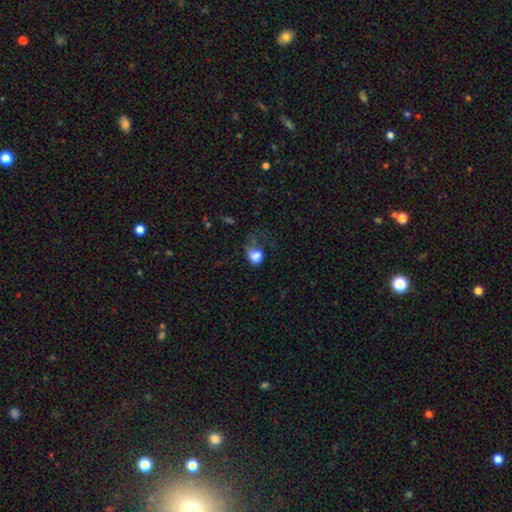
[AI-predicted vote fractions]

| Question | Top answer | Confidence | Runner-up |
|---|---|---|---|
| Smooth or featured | smooth | 78% | featured or disk (13%) |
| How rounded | round | 53% | in between (46%) |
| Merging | major disturbance | 49% | none (24%) |